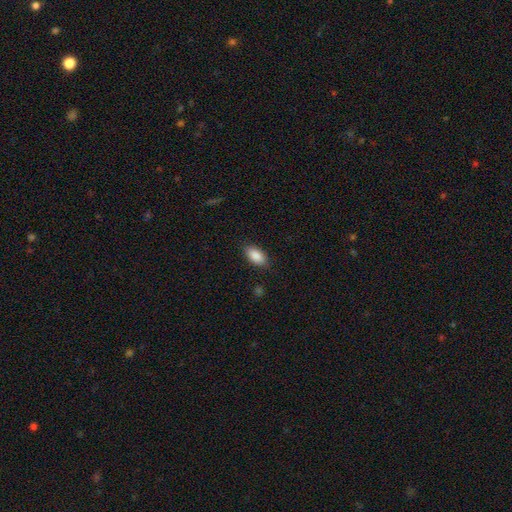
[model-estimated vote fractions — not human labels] Morphology: type=smooth (89%); roundness=in between (93%); merging=none (86%).